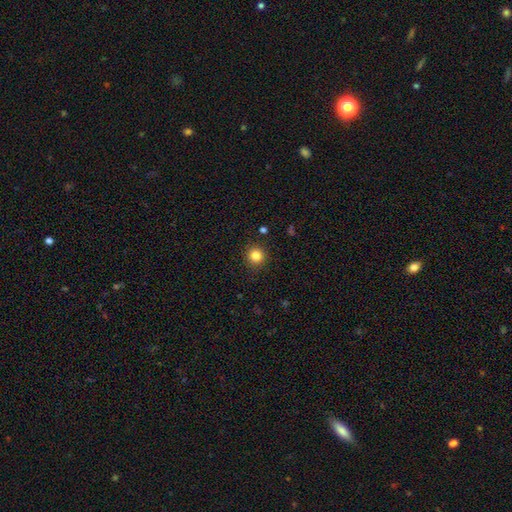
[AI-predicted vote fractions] This is clearly a smooth galaxy (84%). How rounded: clearly round (94%). Merging: clearly none (91%).